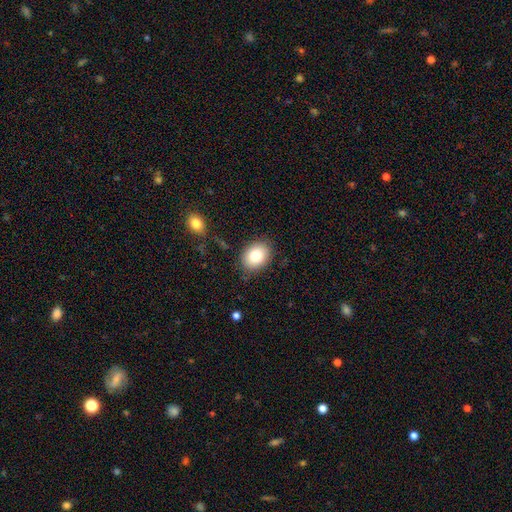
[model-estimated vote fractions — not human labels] Smooth or featured? smooth (81%)
How rounded? in between (65%)
Merging? none (83%)